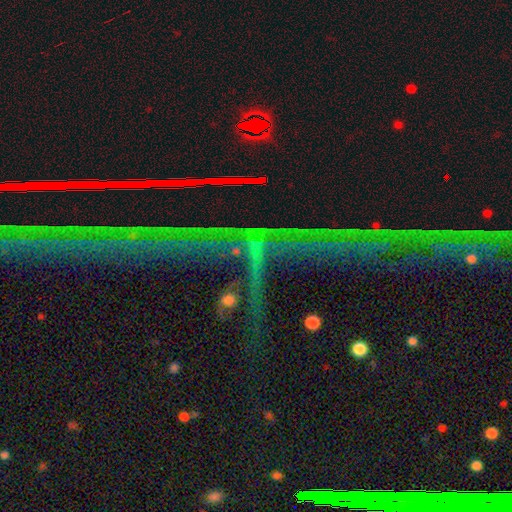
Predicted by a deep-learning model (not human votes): Smooth or featured: star or artifact — 75% (featured or disk — 14%)